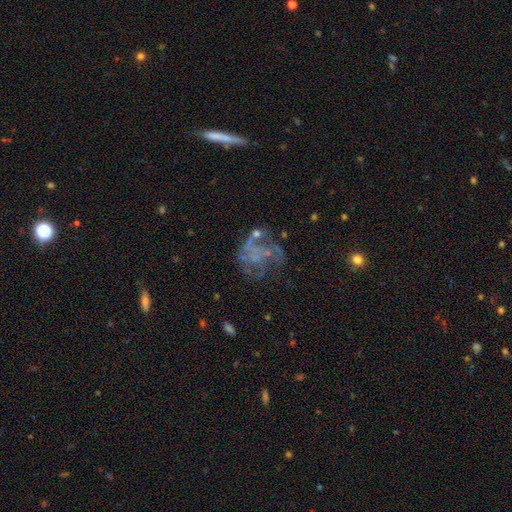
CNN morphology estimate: Smooth or featured? featured or disk (66%)
Edge-on disk? no (98%)
Bar? no (83%)
Spiral arms? no (58%)
Bulge size? none (70%)
Merging? none (39%)